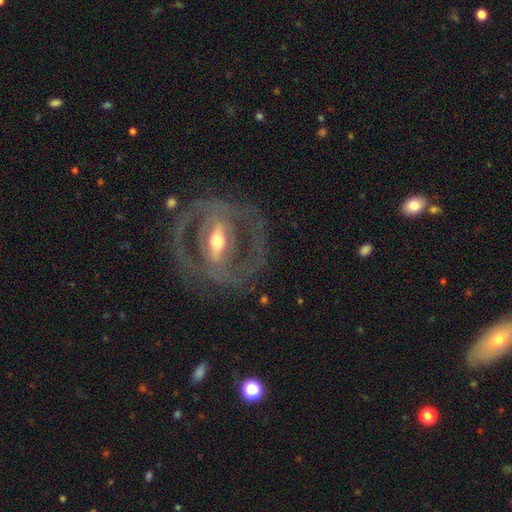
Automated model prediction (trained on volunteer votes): This is clearly a featured or disk galaxy (85%). It is clearly not viewed edge-on (91%). Bar: likely strong (62%). Spiral arm pattern: likely yes (72%). Spiral arm count: likely 2 (74%). Spiral winding: marginally tight (45%). Central bulge: possibly moderate (56%). Merging: likely none (75%).